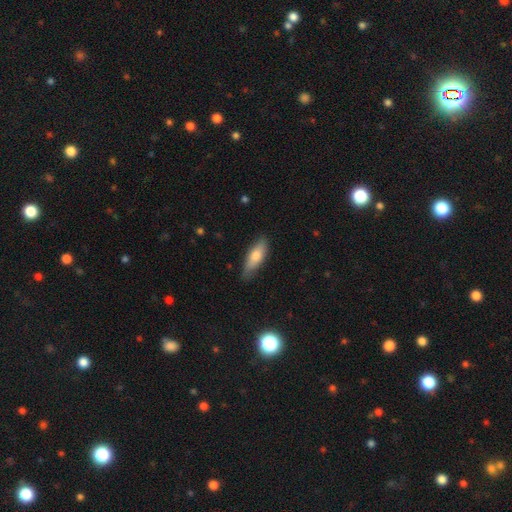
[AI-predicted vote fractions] The model was most divided on "how rounded": in between: 58%, cigar-shaped: 39%, round: 2%. More confident: smooth or featured — smooth (74%); merging — none (74%).